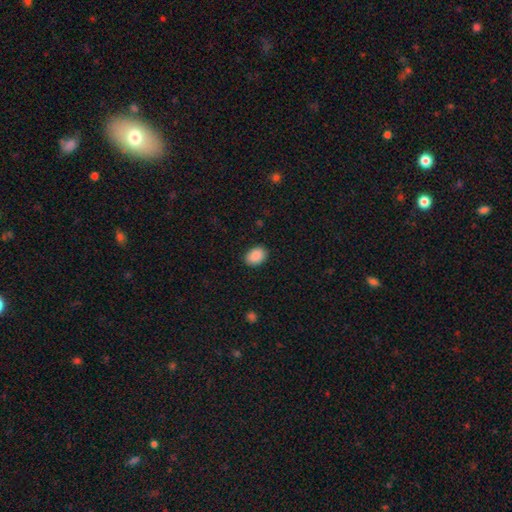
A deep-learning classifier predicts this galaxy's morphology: Q: Smooth or featured?
A: smooth (90%); runner-up: star or artifact (7%)
Q: How rounded?
A: in between (76%); runner-up: round (23%)
Q: Merging?
A: none (89%); runner-up: minor disturbance (8%)